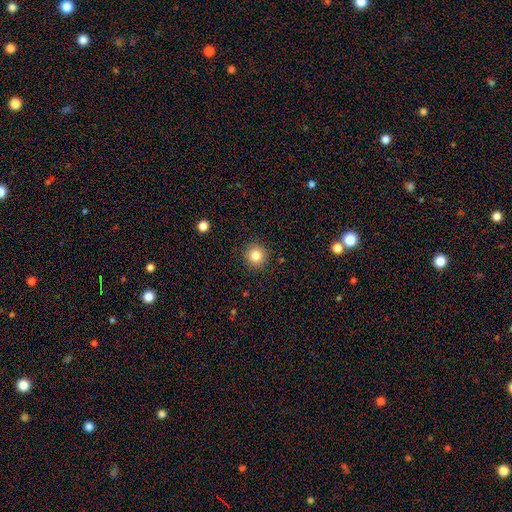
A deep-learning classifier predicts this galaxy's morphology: Overall: smooth (84%). How rounded: round (94%). Merging: none (91%).